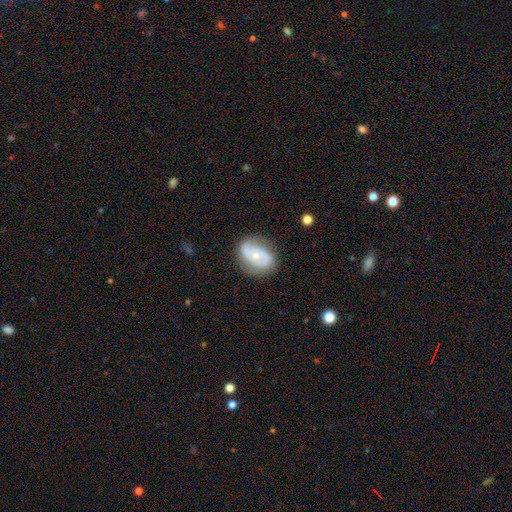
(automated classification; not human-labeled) Smooth or featured: featured or disk — 69% (smooth — 25%)
Edge-on disk: no — 96% (yes — 4%)
Bar: no — 66% (weak — 26%)
Spiral arms: yes — 83% (no — 17%)
Spiral winding: medium — 42% (loose — 29%)
Spiral arm count: 2 — 80% (can't tell — 11%)
Bulge size: small — 56% (moderate — 40%)
Merging: none — 74% (minor disturbance — 18%)